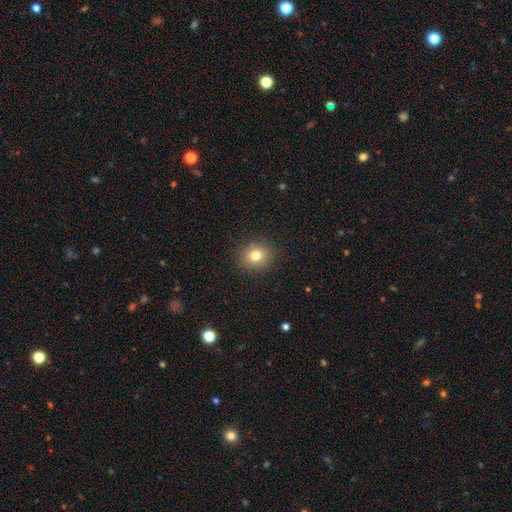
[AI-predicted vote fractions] Morphology: type=smooth (78%); roundness=round (74%); merging=none (89%).